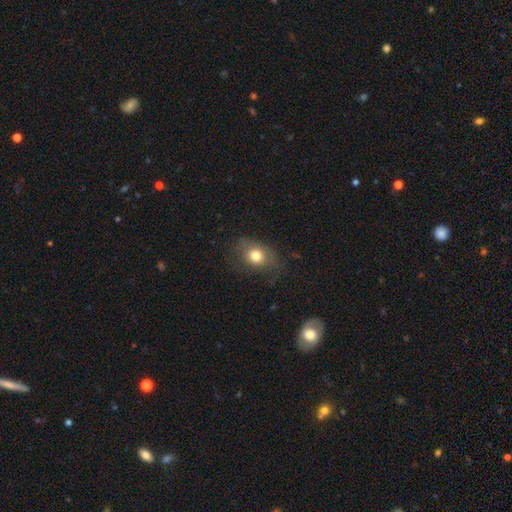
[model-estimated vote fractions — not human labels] Q: Smooth or featured?
A: smooth (75%); runner-up: featured or disk (15%)
Q: How rounded?
A: in between (54%); runner-up: round (44%)
Q: Merging?
A: none (62%); runner-up: minor disturbance (24%)